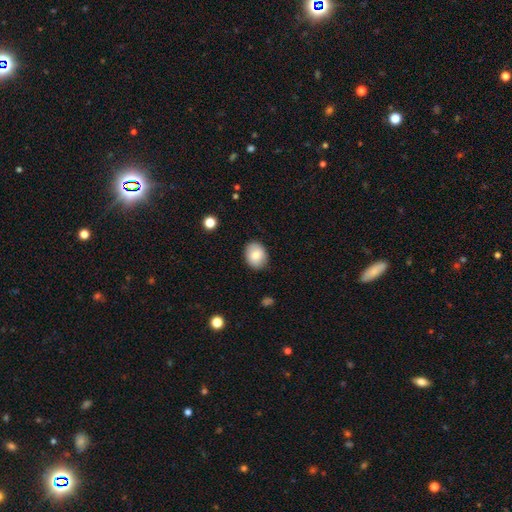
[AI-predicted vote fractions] Smooth or featured? Predicted: smooth (p=0.81). How rounded? Predicted: in between (p=0.55). Merging? Predicted: none (p=0.84).